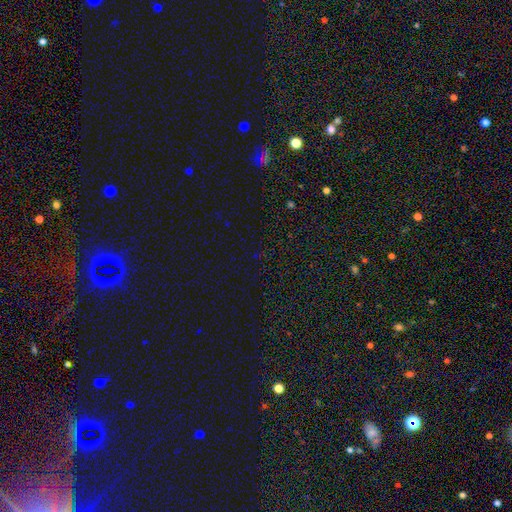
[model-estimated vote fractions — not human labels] This is likely a star or artifact rather than a galaxy (73%).